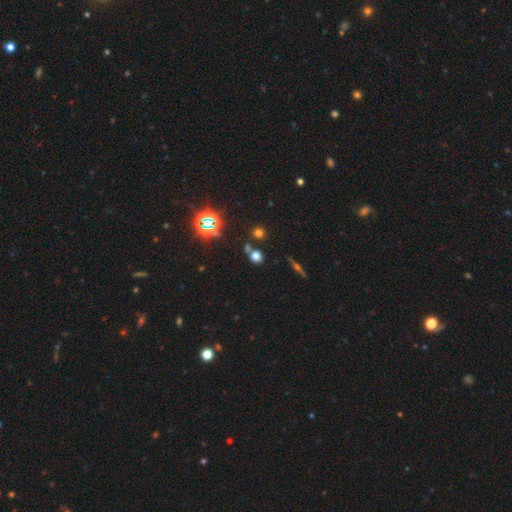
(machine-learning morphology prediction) A smooth galaxy with no disk features (61%) that is round (81%). Merging: none (65%).